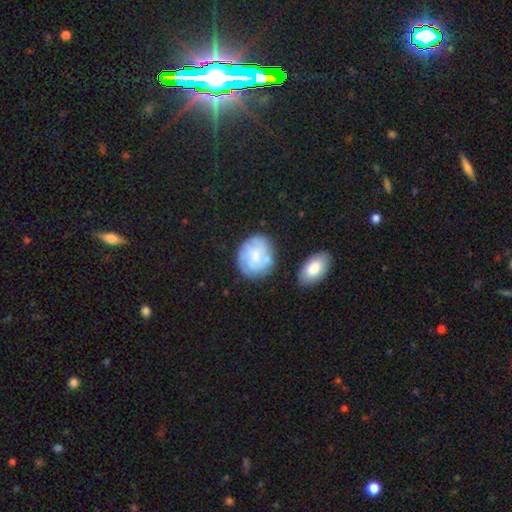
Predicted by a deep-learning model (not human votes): Smooth or featured? Predicted: featured or disk (p=0.51). Edge-on disk? Predicted: no (p=0.97). Merging? Predicted: none (p=0.70).